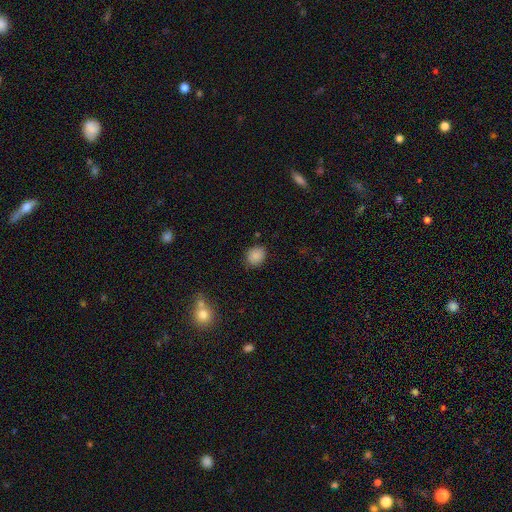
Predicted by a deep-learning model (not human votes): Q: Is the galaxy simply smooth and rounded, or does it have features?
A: smooth — 86%.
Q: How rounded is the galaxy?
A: round — 71%.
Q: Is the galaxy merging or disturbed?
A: none — 83%.